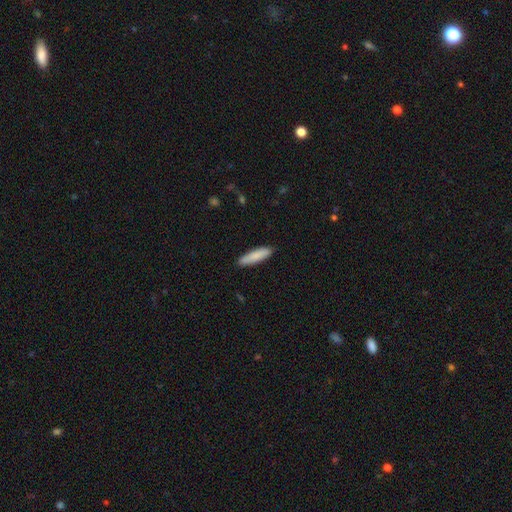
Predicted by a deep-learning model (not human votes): Morphology: type=smooth (86%); roundness=cigar-shaped (76%); merging=none (88%).